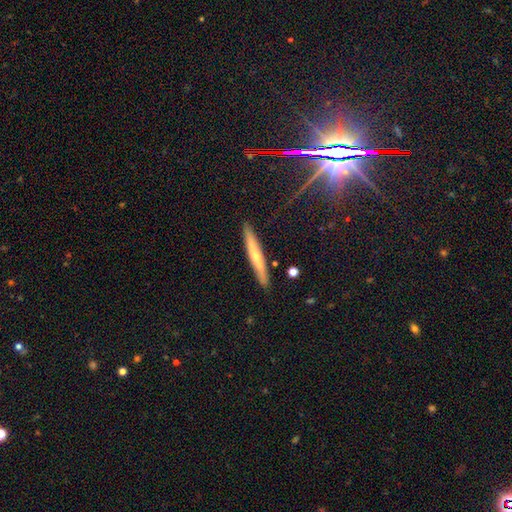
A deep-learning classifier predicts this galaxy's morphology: Smooth or featured? Predicted: featured or disk (p=0.51). Edge-on disk? Predicted: yes (p=0.94). Merging? Predicted: none (p=0.90).